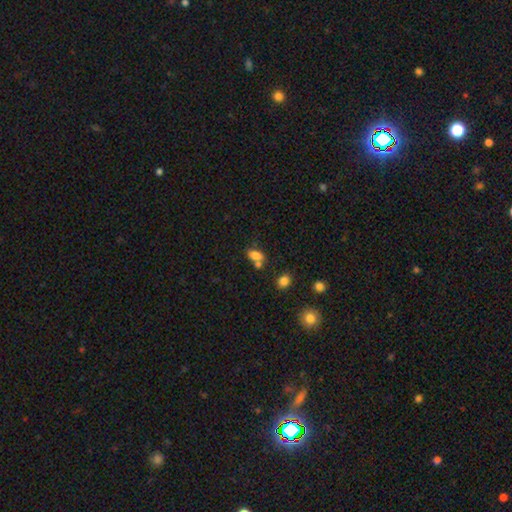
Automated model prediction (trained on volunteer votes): smooth 77%, star or artifact 12%, featured or disk 10%. Down the decision tree: how rounded — in between (82%); merging — none (41%).